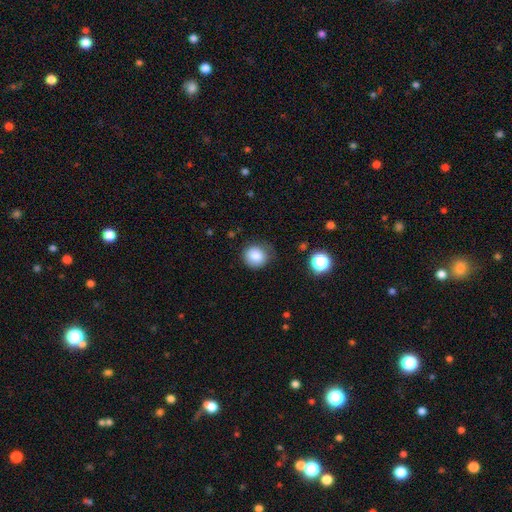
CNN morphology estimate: This appears to be a smooth galaxy with no disk features (83%) that is round (88%). Merging: none (72%).